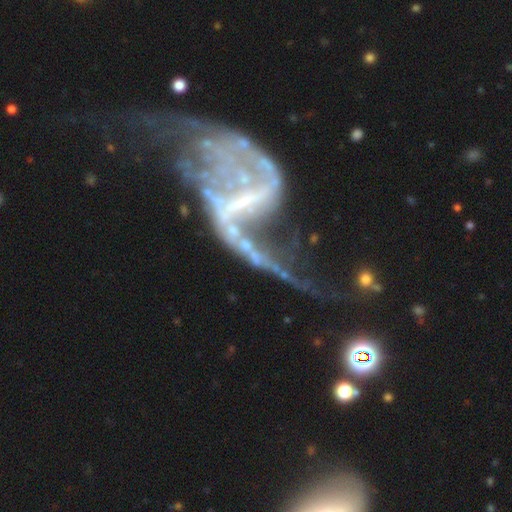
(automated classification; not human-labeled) The model was most divided on "bar": strong: 39%, no: 35%, weak: 26%. More confident: edge-on disk — no (95%); smooth or featured — featured or disk (78%); bulge size — none (66%); spiral arms — yes (53%); merging — major disturbance (51%).